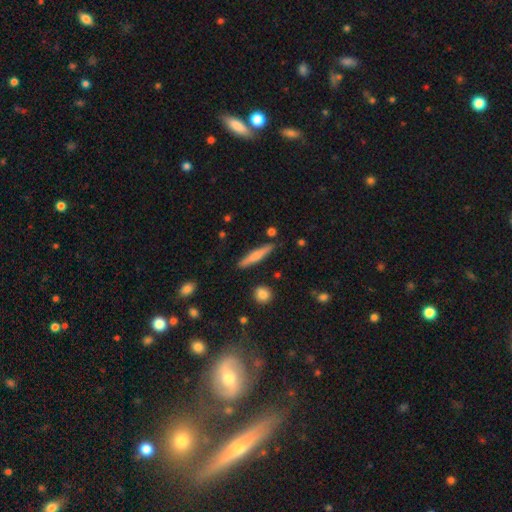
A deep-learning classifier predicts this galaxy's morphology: The model was most divided on "smooth or featured": smooth: 61%, featured or disk: 33%, star or artifact: 6%. More confident: how rounded — cigar-shaped (90%); merging — none (86%).